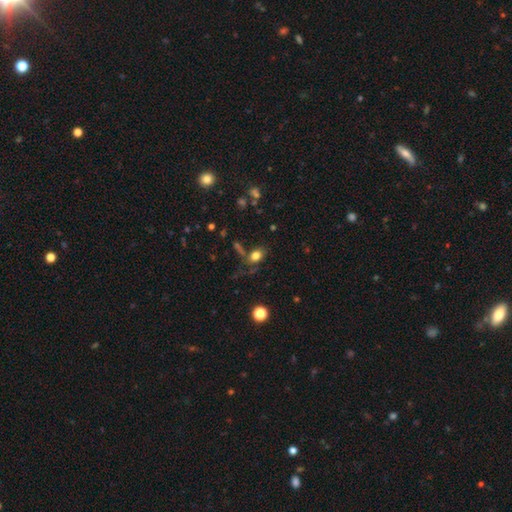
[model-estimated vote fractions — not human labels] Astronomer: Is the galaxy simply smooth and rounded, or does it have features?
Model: smooth — 76%.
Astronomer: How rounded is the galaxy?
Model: in between — 63%.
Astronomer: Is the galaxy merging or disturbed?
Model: none — 57%.